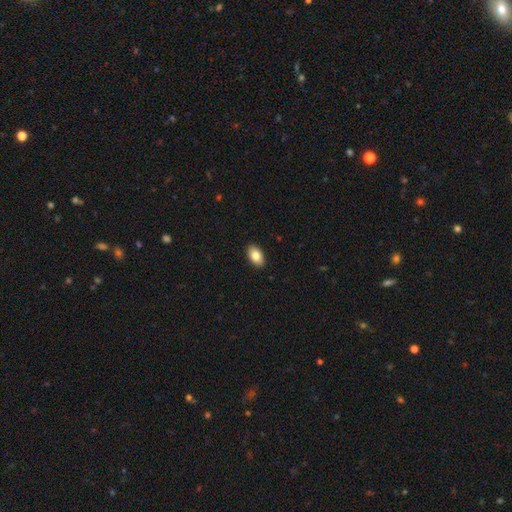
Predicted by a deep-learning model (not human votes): smooth_or_featured: smooth (p=0.82) [alt: featured or disk p=0.11]
how_rounded: in between (p=0.92) [alt: round p=0.06]
merging: none (p=0.91) [alt: minor disturbance p=0.07]